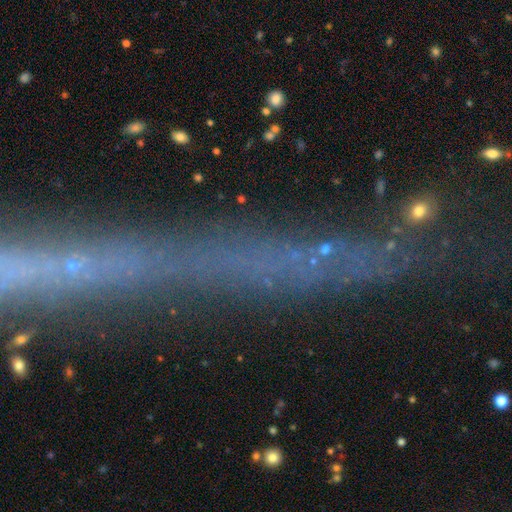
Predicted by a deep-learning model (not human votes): Morphology: type=star or artifact (47%).